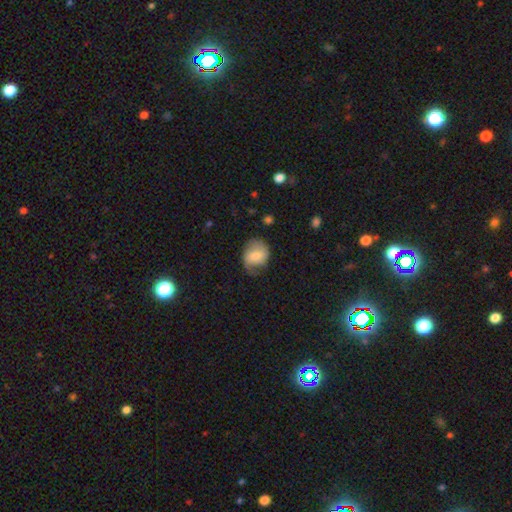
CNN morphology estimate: A smooth galaxy with no disk features (52%) that is round (57%). Merging: none (55%).